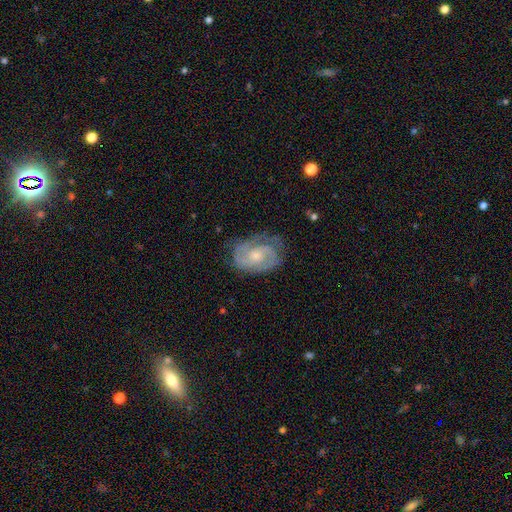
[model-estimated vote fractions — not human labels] Smooth or featured? Predicted: featured or disk (p=0.85). Edge-on disk? Predicted: no (p=0.98). Bar? Predicted: no (p=0.60). Spiral arms? Predicted: yes (p=0.96). Spiral winding? Predicted: tight (p=0.52). Spiral arm count? Predicted: 2 (p=0.67). Bulge size? Predicted: small (p=0.49). Merging? Predicted: none (p=0.71).